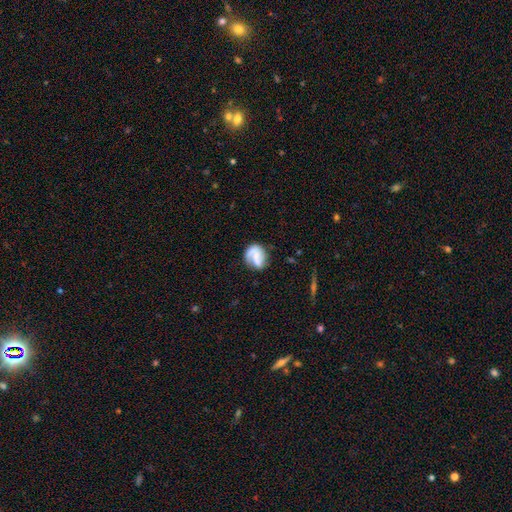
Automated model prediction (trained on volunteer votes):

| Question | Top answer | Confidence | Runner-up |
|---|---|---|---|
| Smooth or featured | featured or disk | 55% | smooth (37%) |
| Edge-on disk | no | 98% | yes (2%) |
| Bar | no | 50% | weak (34%) |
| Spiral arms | yes | 83% | no (17%) |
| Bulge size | none | 47% | small (28%) |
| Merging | none | 58% | minor disturbance (22%) |